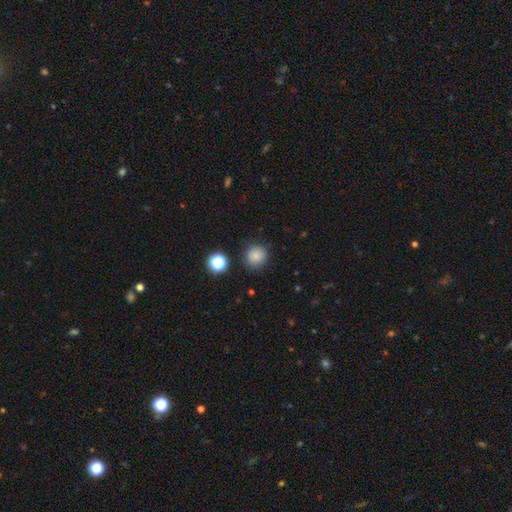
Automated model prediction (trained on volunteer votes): smooth_or_featured: smooth (p=0.82) [alt: star or artifact p=0.12]
how_rounded: round (p=0.91) [alt: in between p=0.08]
merging: none (p=0.85) [alt: minor disturbance p=0.10]